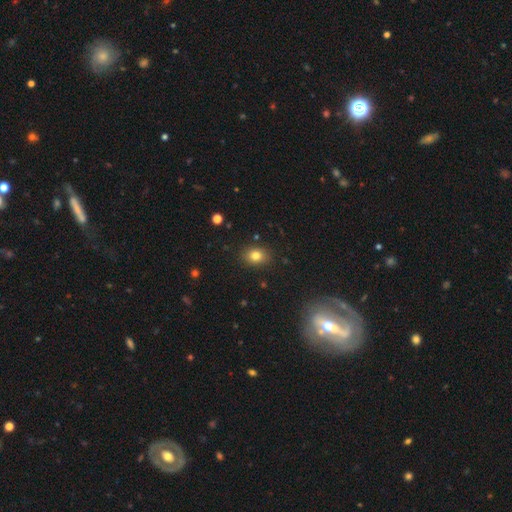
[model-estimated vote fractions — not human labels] Overall: smooth (80%). How rounded: in between (56%; round 43%). Merging: none (86%).